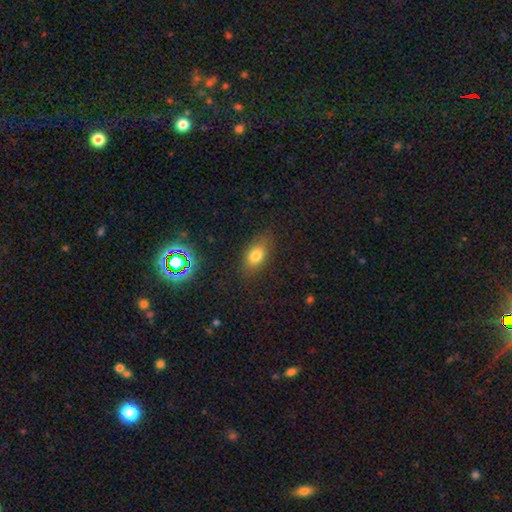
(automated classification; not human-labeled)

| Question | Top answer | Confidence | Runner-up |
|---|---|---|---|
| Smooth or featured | smooth | 76% | star or artifact (13%) |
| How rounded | in between | 81% | round (14%) |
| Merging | none | 80% | minor disturbance (14%) |